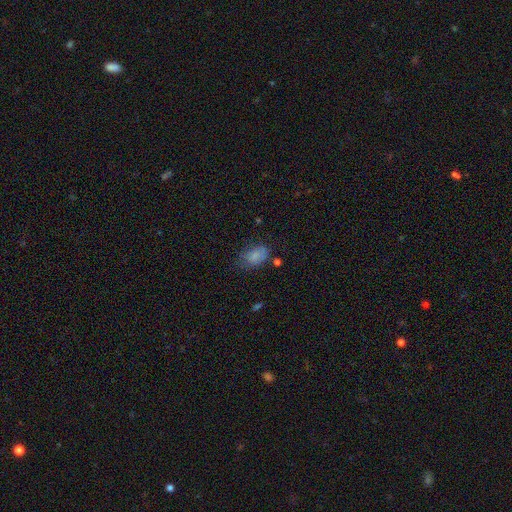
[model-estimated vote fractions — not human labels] A smooth galaxy with no disk features (77%) that is in between round and cigar-shaped (83%).

Vote fractions:
- Smooth or featured? smooth: 77% / featured or disk: 13% / star or artifact: 10%
- How rounded? in between: 83% / round: 15% / cigar-shaped: 1%
- Merging? none: 56% / minor disturbance: 28% / major disturbance: 11% / merger: 5%